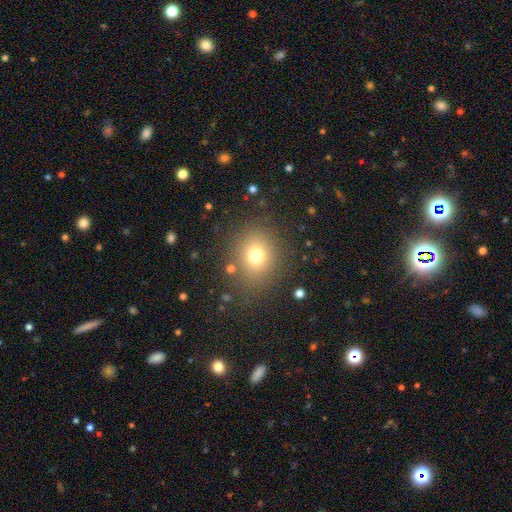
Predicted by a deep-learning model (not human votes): Morphology: type=smooth (72%); roundness=round (73%); merging=none (82%).